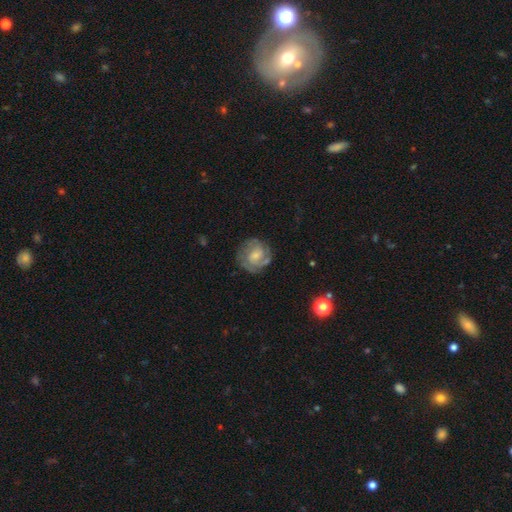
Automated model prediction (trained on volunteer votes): This appears to be a featured or disk galaxy (70%) with no bar (60%), 2 (35%) tight (56%) spiral arms (87%) and a small central bulge (58%). Merging: none (71%).